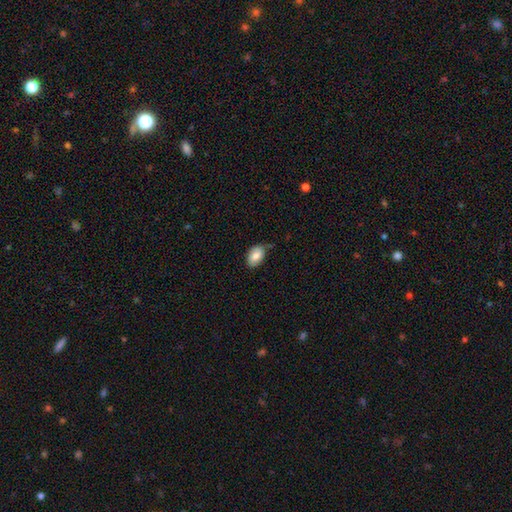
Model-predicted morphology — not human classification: Smooth or featured?
  - smooth: 81% *
  - featured or disk: 12%
  - star or artifact: 7%
How rounded?
  - in between: 89% *
  - round: 10%
  - cigar-shaped: 1%
Merging?
  - none: 63% *
  - minor disturbance: 30%
  - major disturbance: 5%
  - merger: 2%